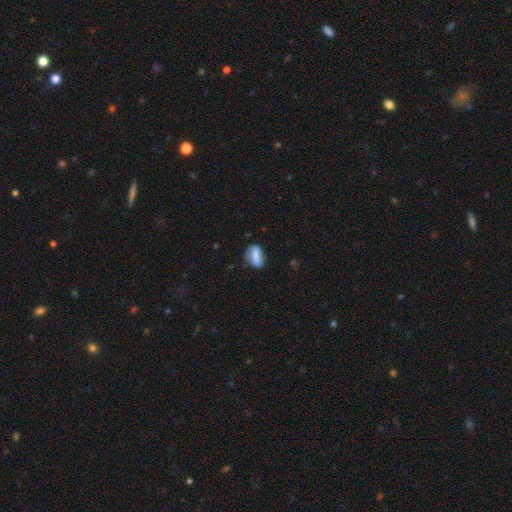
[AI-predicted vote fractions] This appears to be a smooth galaxy with no disk features (58%) that is in between round and cigar-shaped (76%). Merging: none (63%).